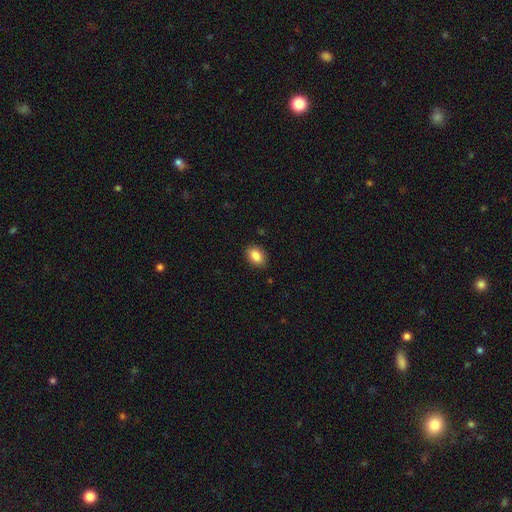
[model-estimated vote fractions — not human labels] smooth_or_featured: smooth (p=0.87) [alt: star or artifact p=0.08]
how_rounded: in between (p=0.82) [alt: round p=0.17]
merging: none (p=0.86) [alt: minor disturbance p=0.10]